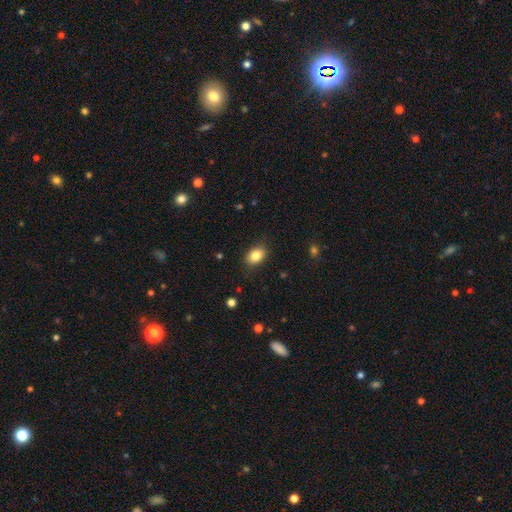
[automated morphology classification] Overall: smooth (85%). How rounded: in between (81%). Merging: none (85%).